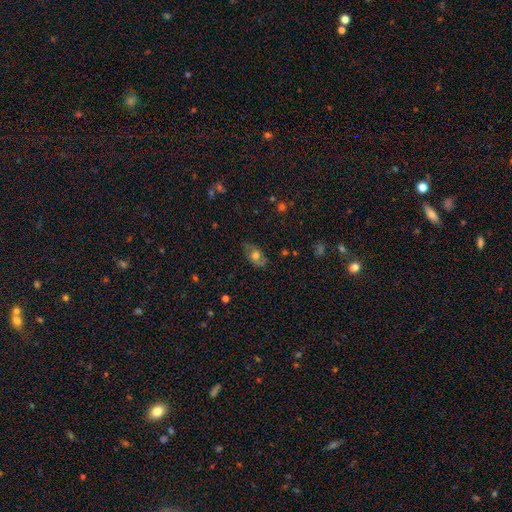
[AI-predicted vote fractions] Smooth or featured? smooth (57%)
How rounded? in between (86%)
Merging? none (74%)